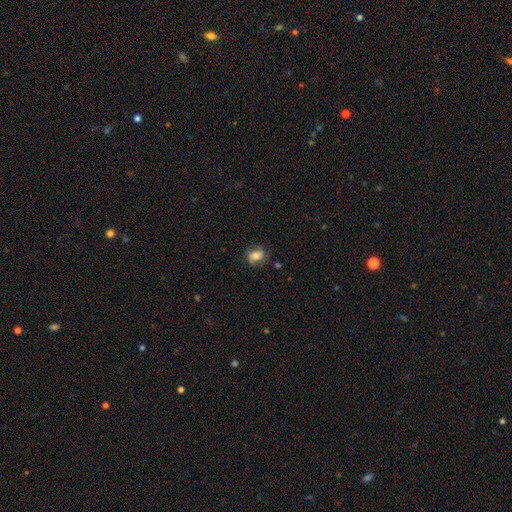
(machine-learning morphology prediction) smooth_or_featured: smooth (p=0.49) [alt: featured or disk p=0.40]
merging: none (p=0.72) [alt: minor disturbance p=0.19]